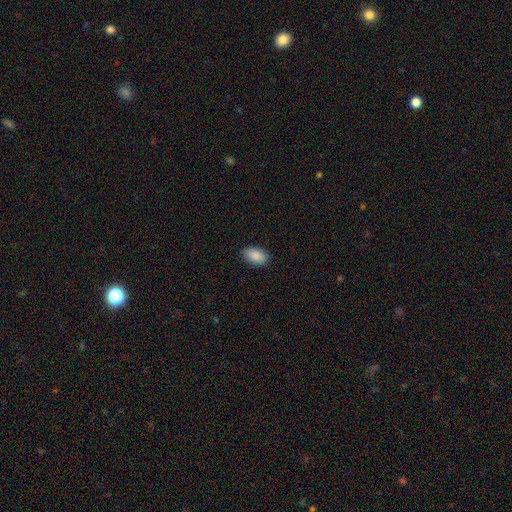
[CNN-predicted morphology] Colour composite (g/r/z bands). It shows a smooth galaxy with no disk features (89%) that is in between round and cigar-shaped (92%). Merging: none (89%).